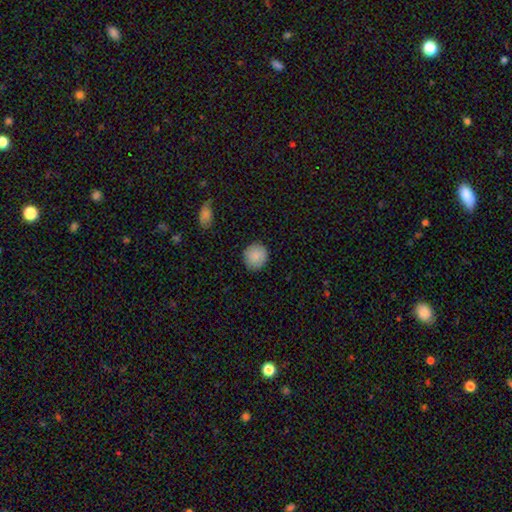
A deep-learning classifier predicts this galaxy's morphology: Smooth or featured?
  - smooth: 88% *
  - star or artifact: 7%
  - featured or disk: 5%
How rounded?
  - round: 88% *
  - in between: 11%
  - cigar-shaped: 1%
Merging?
  - none: 89% *
  - minor disturbance: 8%
  - major disturbance: 2%
  - merger: 1%